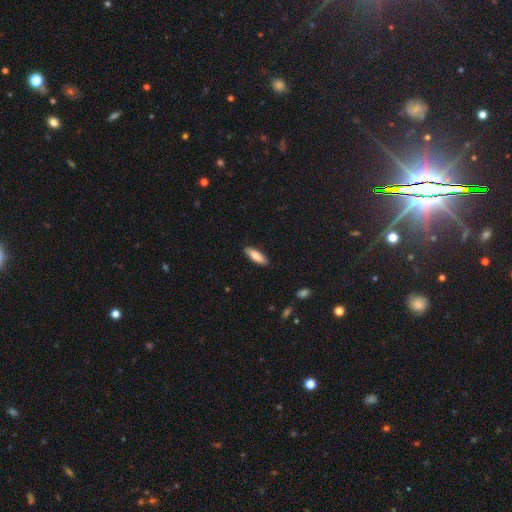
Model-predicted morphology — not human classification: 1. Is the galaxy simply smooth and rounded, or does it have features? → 76% smooth, 18% featured or disk, 6% star or artifact.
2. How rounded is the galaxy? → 54% cigar-shaped, 45% in between, 2% round.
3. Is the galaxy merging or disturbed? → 87% none, 10% minor disturbance, 2% major disturbance, 1% merger.